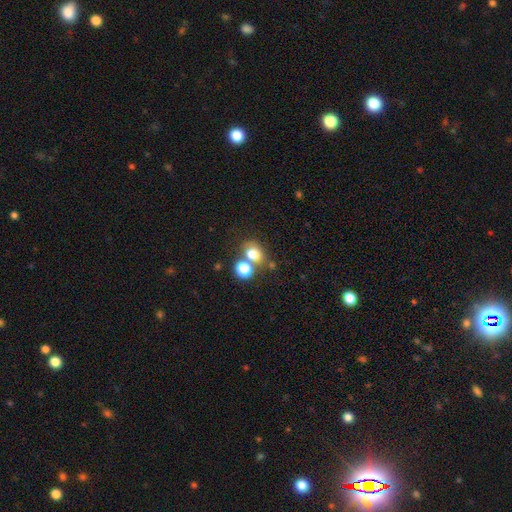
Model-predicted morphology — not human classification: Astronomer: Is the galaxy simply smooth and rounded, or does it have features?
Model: smooth — 75%.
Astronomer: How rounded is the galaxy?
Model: round — 55% (runner-up: in between, 44%).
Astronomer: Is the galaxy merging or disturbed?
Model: none — 52% (runner-up: merger, 33%).